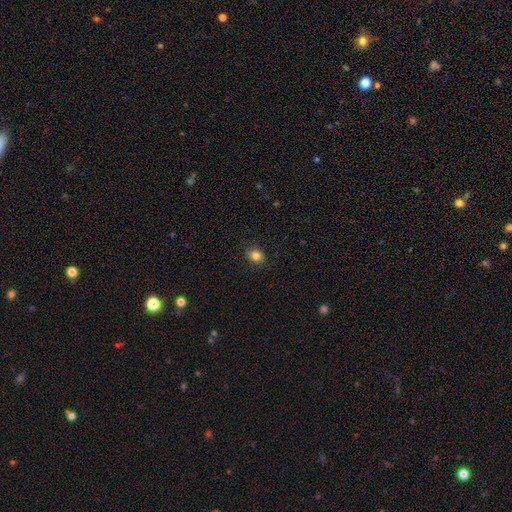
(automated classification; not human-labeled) Morphology: type=smooth (83%); roundness=round (51%); merging=none (87%).